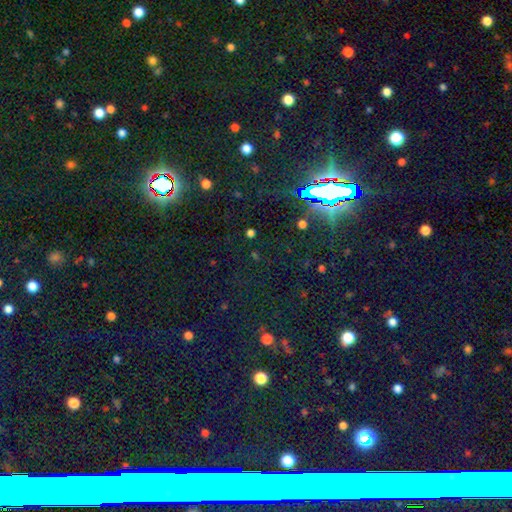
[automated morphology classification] The model was most divided on "smooth or featured": star or artifact: 81%, smooth: 12%, featured or disk: 7%.